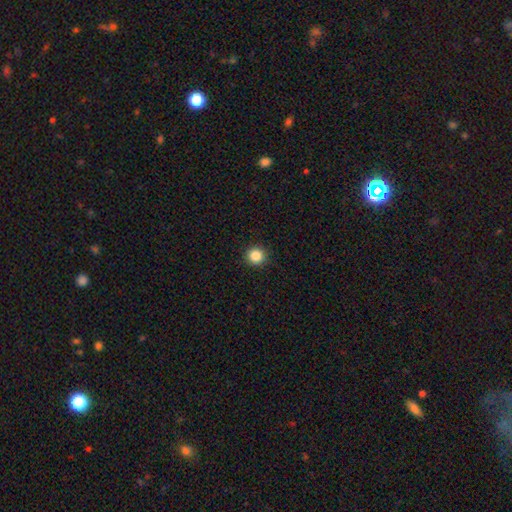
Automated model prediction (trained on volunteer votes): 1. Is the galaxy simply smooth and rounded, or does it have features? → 86% smooth, 11% star or artifact, 3% featured or disk.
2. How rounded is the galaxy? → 94% round, 5% in between, 1% cigar-shaped.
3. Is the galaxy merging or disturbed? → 93% none, 5% minor disturbance, 2% major disturbance, 1% merger.